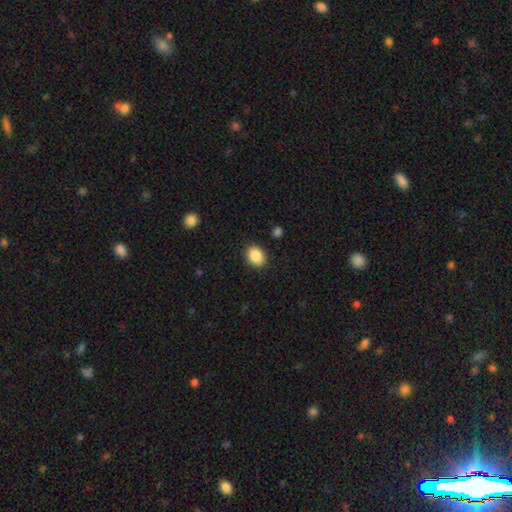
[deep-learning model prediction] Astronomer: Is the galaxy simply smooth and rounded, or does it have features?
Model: smooth — 89%.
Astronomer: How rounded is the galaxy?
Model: in between — 67%.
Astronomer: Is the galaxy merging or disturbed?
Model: none — 88%.